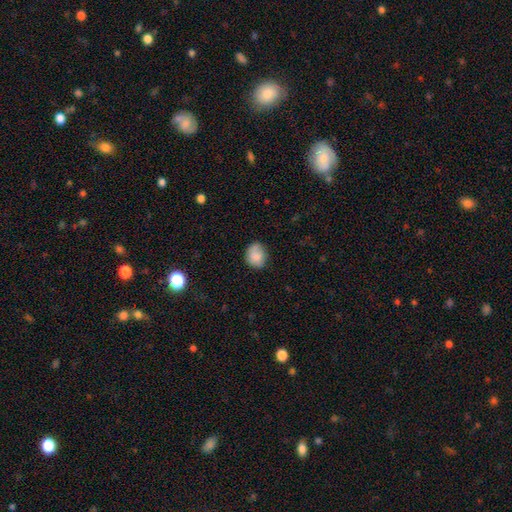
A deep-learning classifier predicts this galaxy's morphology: smooth-or-featured: smooth: 82% | featured or disk: 9% | star or artifact: 9%
  how-rounded: round: 57% | in between: 42% | cigar-shaped: 1%
  merging: none: 67% | minor disturbance: 24% | major disturbance: 6% | merger: 3%